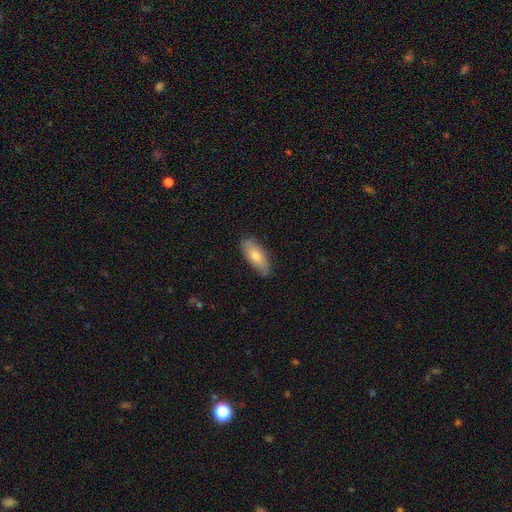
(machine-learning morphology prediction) A smooth galaxy with no disk features (76%) that is in between round and cigar-shaped (79%). Merging: none (82%).